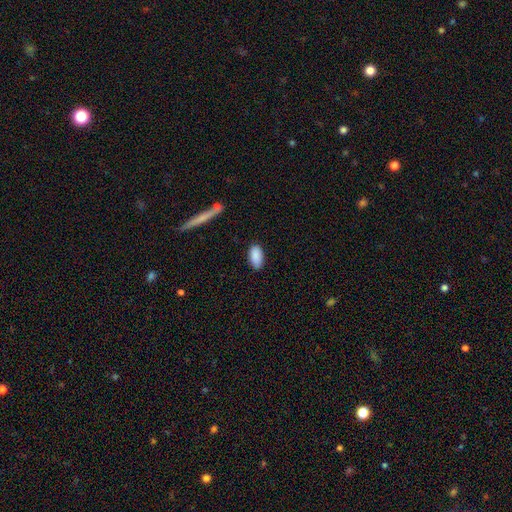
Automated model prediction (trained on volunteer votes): Morphology: type=smooth (89%); roundness=in between (92%); merging=none (85%).